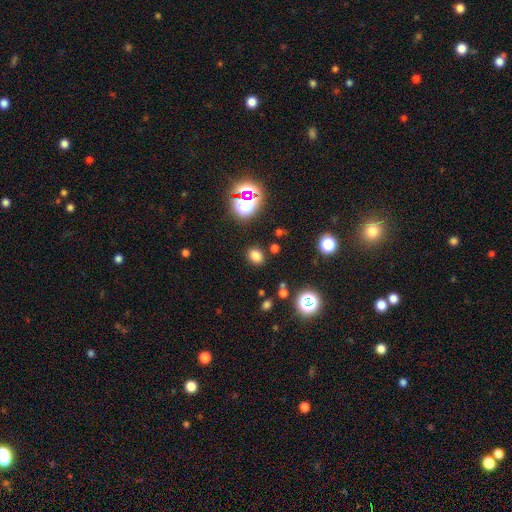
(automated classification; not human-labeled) A smooth galaxy with no disk features (76%) that is in between round and cigar-shaped (58%).

Vote fractions:
- Smooth or featured? smooth: 76% / star or artifact: 19% / featured or disk: 6%
- How rounded? in between: 58% / round: 41% / cigar-shaped: 1%
- Merging? none: 86% / minor disturbance: 9% / major disturbance: 3% / merger: 3%